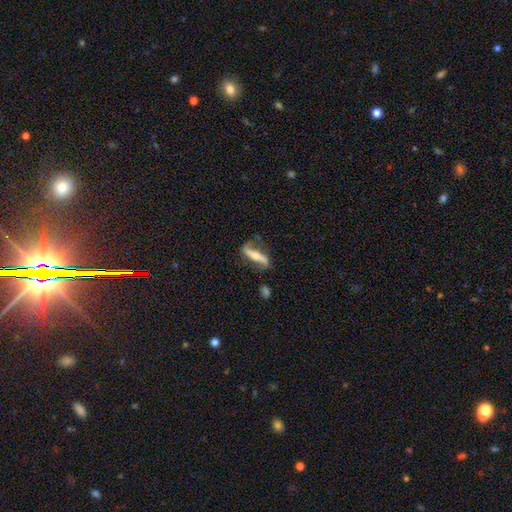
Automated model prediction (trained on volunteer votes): Smooth or featured?
  - featured or disk: 70% *
  - smooth: 24%
  - star or artifact: 6%
Edge-on disk?
  - no: 59% *
  - yes: 41%
Merging?
  - none: 67% *
  - minor disturbance: 21%
  - major disturbance: 10%
  - merger: 3%